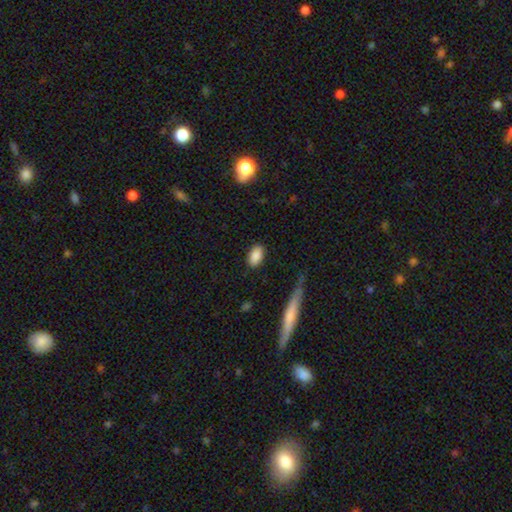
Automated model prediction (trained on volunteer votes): Overall: smooth (87%). How rounded: in between (90%). Merging: none (84%).